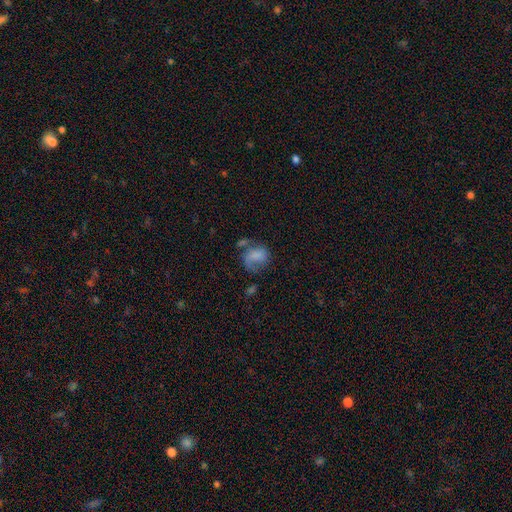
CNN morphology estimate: smooth 56%, featured or disk 33%, star or artifact 11%. Down the decision tree: how rounded — in between (50%); merging — none (34%).